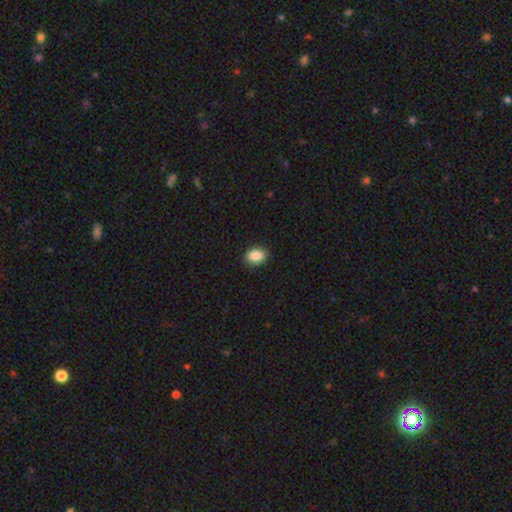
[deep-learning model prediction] Smooth or featured? Predicted: smooth (p=0.88). How rounded? Predicted: in between (p=0.72). Merging? Predicted: none (p=0.89).